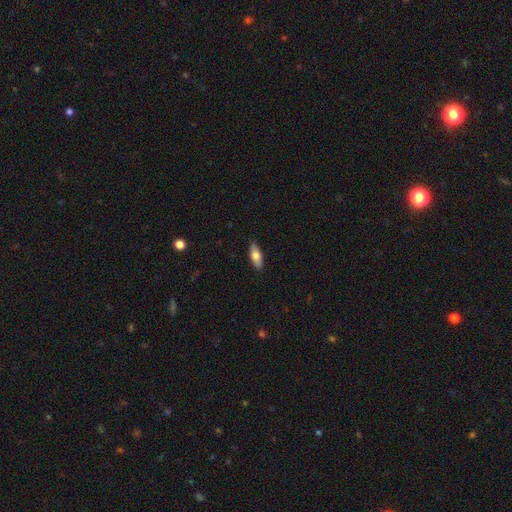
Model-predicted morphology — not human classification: type=smooth (72%); roundness=in between (72%); merging=none (89%).